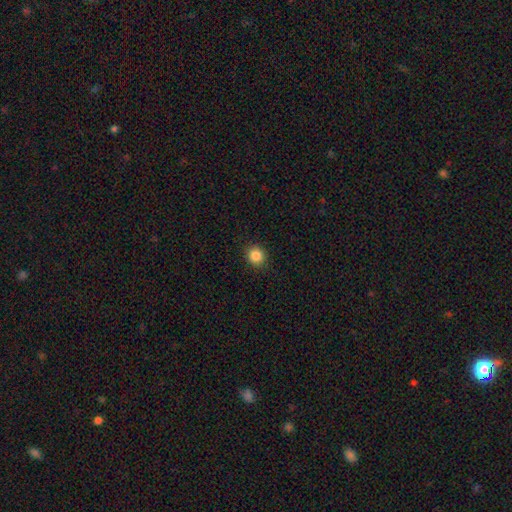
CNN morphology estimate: A smooth galaxy with no disk features (86%) that is round (89%). Merging: none (91%).